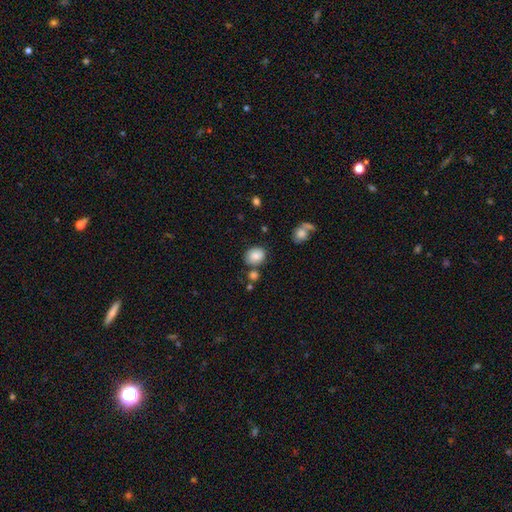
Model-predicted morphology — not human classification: Smooth or featured?
  - smooth: 84% *
  - star or artifact: 9%
  - featured or disk: 8%
How rounded?
  - round: 55% *
  - in between: 45%
  - cigar-shaped: 1%
Merging?
  - none: 69% *
  - minor disturbance: 15%
  - merger: 11%
  - major disturbance: 4%